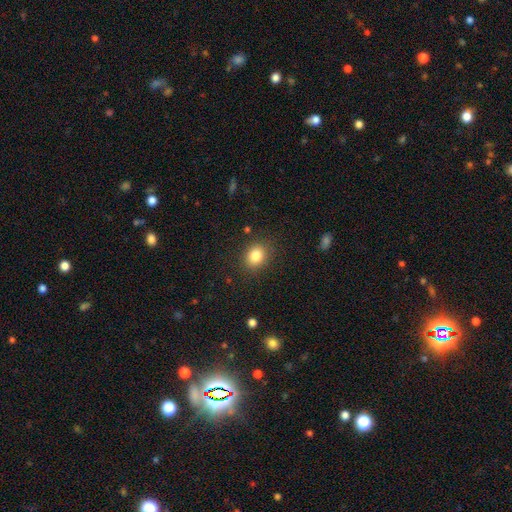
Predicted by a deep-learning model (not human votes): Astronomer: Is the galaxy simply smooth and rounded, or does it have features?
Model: smooth — 84%.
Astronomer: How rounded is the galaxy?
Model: round — 57% (runner-up: in between, 42%).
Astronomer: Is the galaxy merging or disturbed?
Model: none — 86%.